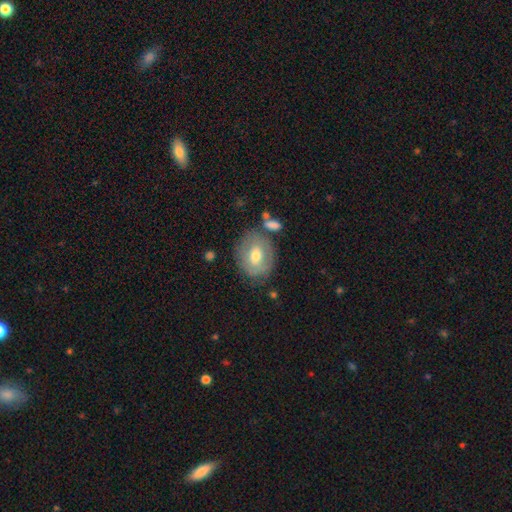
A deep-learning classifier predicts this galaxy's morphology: Smooth or featured? smooth (50%)
Merging? none (68%)